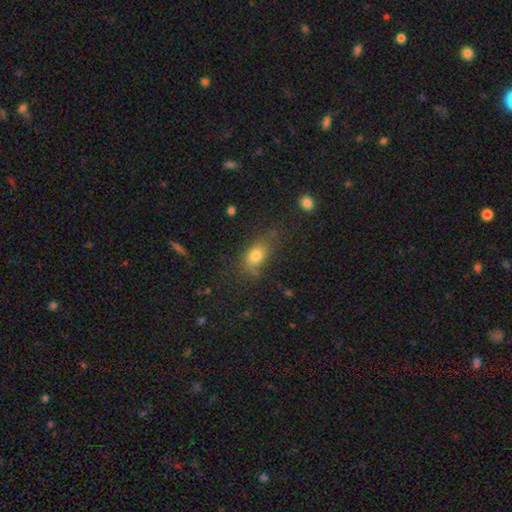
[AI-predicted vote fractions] Morphology: type=smooth (76%); roundness=in between (77%); merging=none (61%).